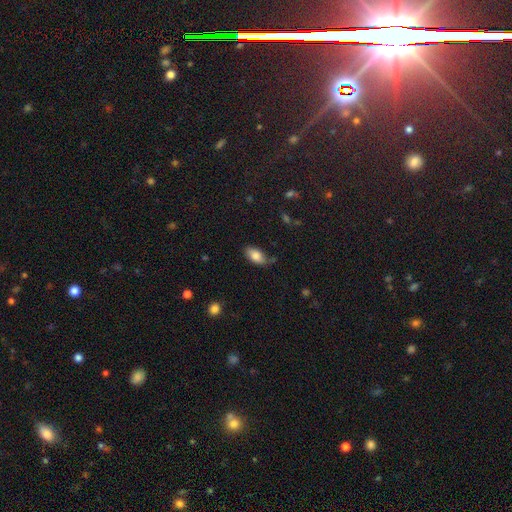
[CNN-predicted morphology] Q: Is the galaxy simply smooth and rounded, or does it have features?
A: smooth — 80%.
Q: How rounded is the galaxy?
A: in between — 92%.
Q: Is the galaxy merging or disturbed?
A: none — 71%.